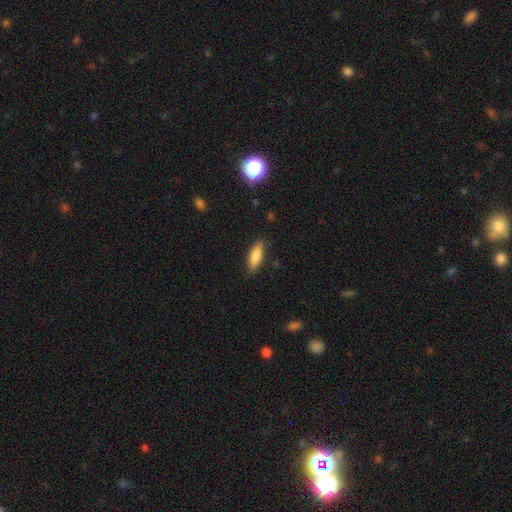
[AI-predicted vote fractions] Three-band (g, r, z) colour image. It shows a smooth galaxy with no disk features (81%) that is in between round and cigar-shaped (61%). Merging: none (83%).